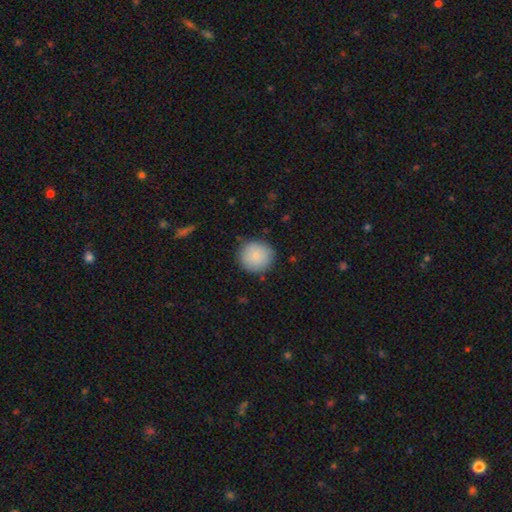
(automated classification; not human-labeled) The model was most divided on "smooth or featured": smooth: 82%, featured or disk: 10%, star or artifact: 7%. More confident: how rounded — round (92%); merging — none (85%).